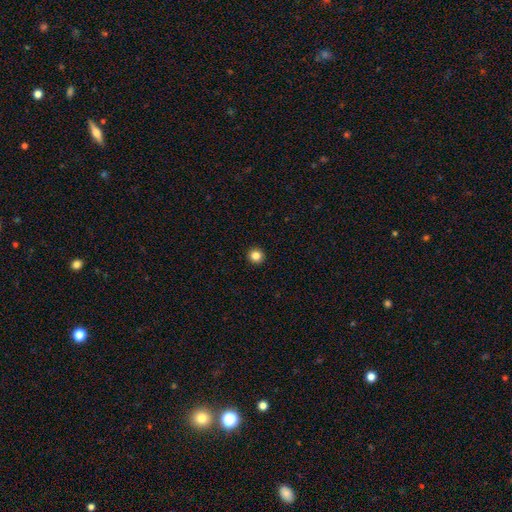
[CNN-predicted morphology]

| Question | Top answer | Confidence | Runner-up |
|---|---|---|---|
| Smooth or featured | smooth | 84% | star or artifact (11%) |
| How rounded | round | 94% | in between (5%) |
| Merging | none | 94% | minor disturbance (4%) |